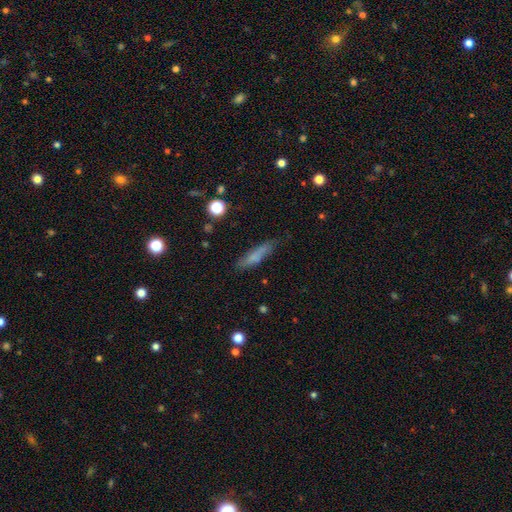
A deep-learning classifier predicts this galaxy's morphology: Overall: smooth (70%). How rounded: cigar-shaped (80%). Merging: none (71%).